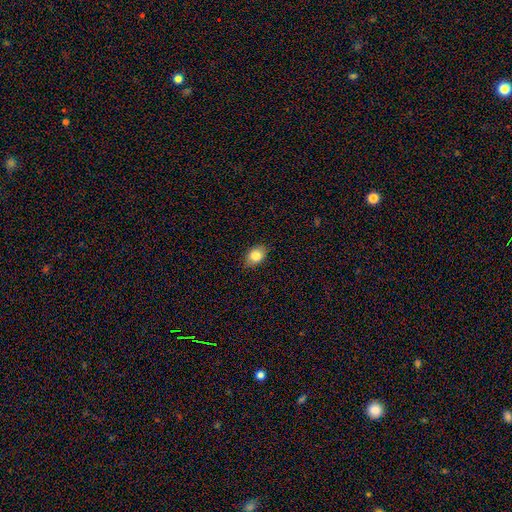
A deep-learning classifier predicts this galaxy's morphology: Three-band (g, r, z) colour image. It shows a smooth galaxy with no disk features (81%) that is in between round and cigar-shaped (72%). Merging: none (78%).